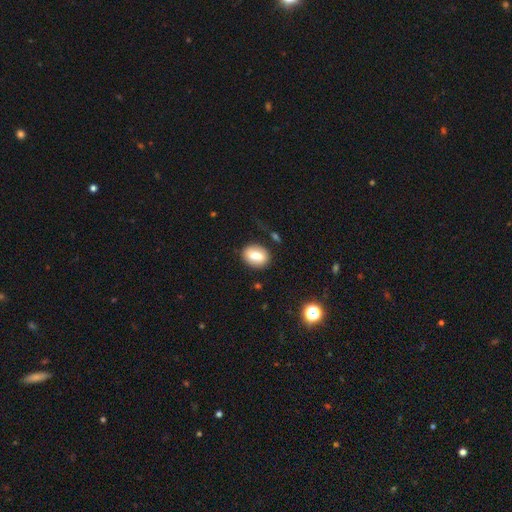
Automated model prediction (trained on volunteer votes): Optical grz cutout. It shows a smooth galaxy with no disk features (77%) that is in between round and cigar-shaped (68%). Merging: none (81%).